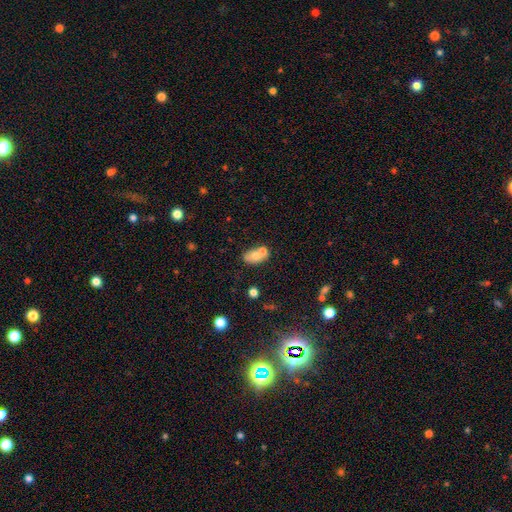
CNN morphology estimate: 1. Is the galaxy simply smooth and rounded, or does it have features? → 66% smooth, 25% featured or disk, 9% star or artifact.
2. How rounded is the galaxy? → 80% in between, 19% round, 2% cigar-shaped.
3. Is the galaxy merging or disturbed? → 48% merger, 37% none, 12% minor disturbance, 4% major disturbance.